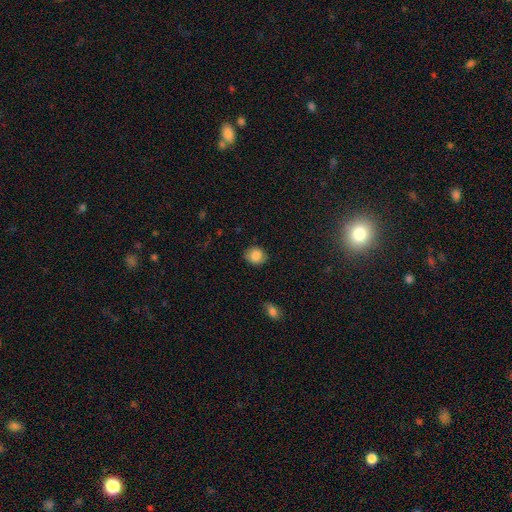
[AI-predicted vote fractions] Smooth or featured? smooth (84%)
How rounded? round (65%)
Merging? none (83%)